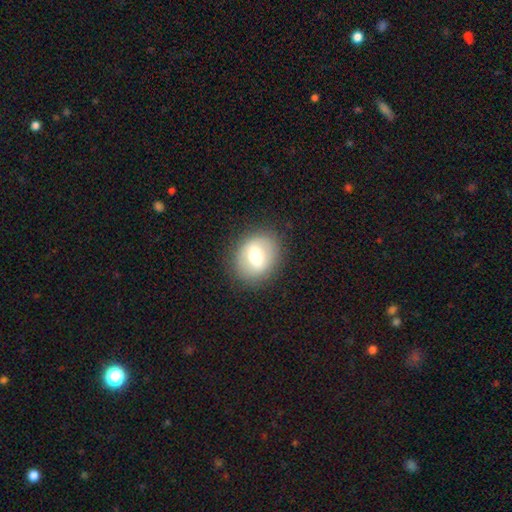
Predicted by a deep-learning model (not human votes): A smooth galaxy with no disk features (59%) that is round (57%).

Vote fractions:
- Smooth or featured? smooth: 59% / featured or disk: 32% / star or artifact: 9%
- How rounded? round: 57% / in between: 42% / cigar-shaped: 1%
- Merging? none: 84% / minor disturbance: 11% / major disturbance: 4% / merger: 1%